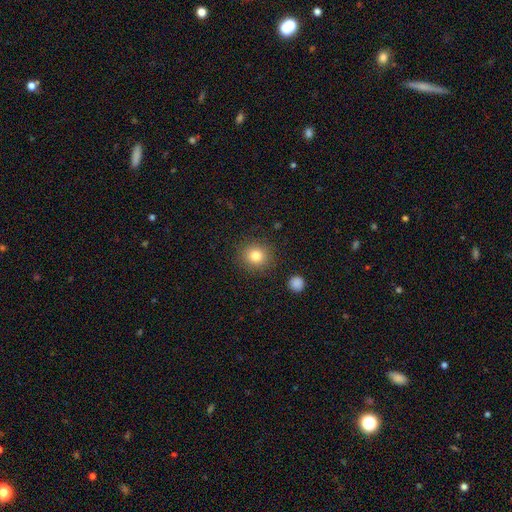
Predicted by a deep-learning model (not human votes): Smooth or featured?
  - smooth: 82% *
  - star or artifact: 11%
  - featured or disk: 7%
How rounded?
  - round: 88% *
  - in between: 11%
  - cigar-shaped: 1%
Merging?
  - none: 89% *
  - minor disturbance: 7%
  - major disturbance: 3%
  - merger: 2%